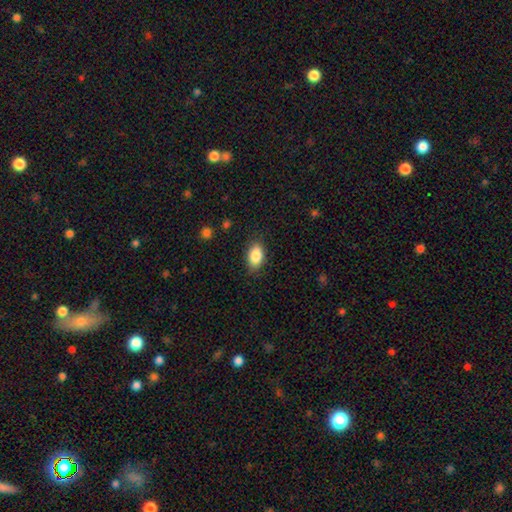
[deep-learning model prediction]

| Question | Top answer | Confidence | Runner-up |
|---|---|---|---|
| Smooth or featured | smooth | 87% | star or artifact (7%) |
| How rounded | in between | 91% | round (6%) |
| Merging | none | 85% | minor disturbance (11%) |